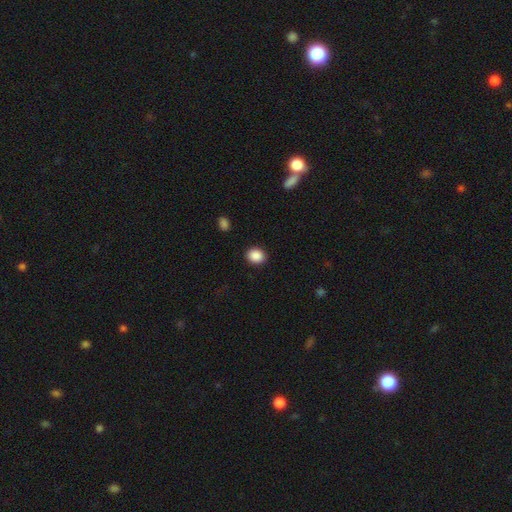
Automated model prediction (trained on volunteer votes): smooth 89%, star or artifact 8%, featured or disk 3%. Down the decision tree: how rounded — round (59%); merging — none (90%).